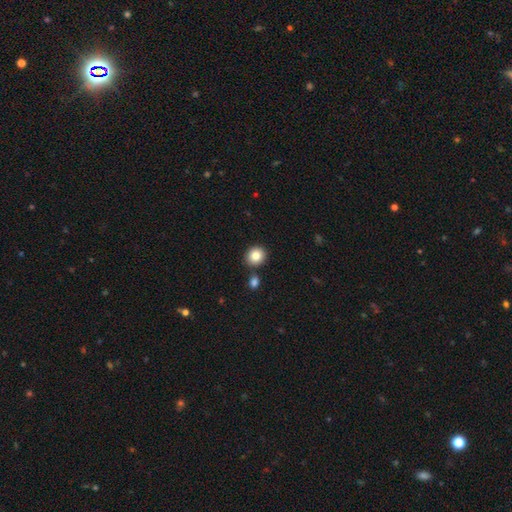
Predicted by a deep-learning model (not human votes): smooth-or-featured: smooth: 84% | star or artifact: 9% | featured or disk: 7%
  how-rounded: round: 85% | in between: 14% | cigar-shaped: 1%
  merging: none: 84% | minor disturbance: 7% | merger: 7% | major disturbance: 2%